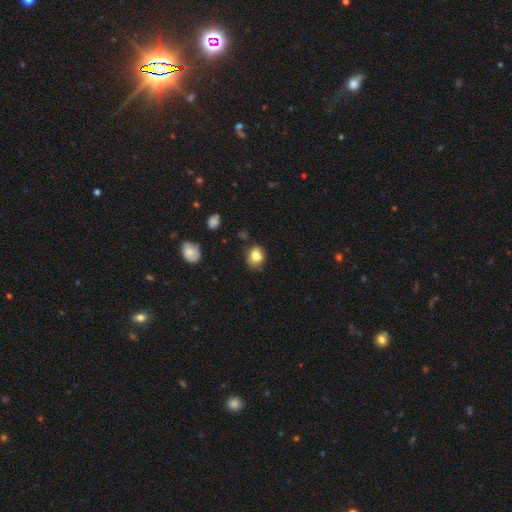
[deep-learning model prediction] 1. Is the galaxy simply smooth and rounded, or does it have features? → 79% smooth, 11% featured or disk, 10% star or artifact.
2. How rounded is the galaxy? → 54% round, 45% in between, 1% cigar-shaped.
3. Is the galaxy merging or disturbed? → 71% none, 21% minor disturbance, 4% major disturbance, 3% merger.